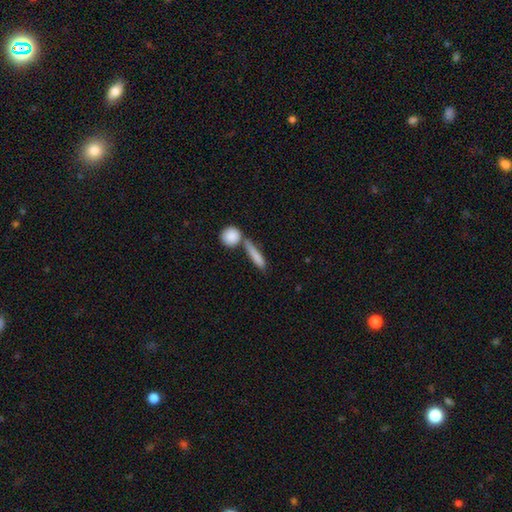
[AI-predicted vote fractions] Smooth or featured: smooth — 80% (featured or disk — 13%)
How rounded: cigar-shaped — 69% (in between — 23%)
Merging: none — 59% (merger — 23%)